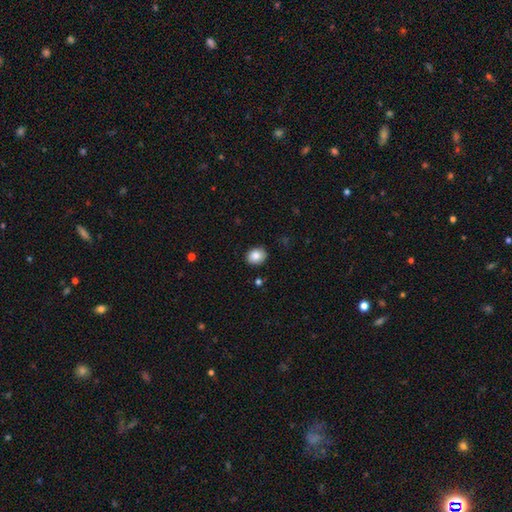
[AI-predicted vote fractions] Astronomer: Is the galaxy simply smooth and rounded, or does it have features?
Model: smooth — 86%.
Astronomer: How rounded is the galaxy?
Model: round — 50% (runner-up: in between, 49%).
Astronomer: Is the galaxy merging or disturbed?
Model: none — 88%.